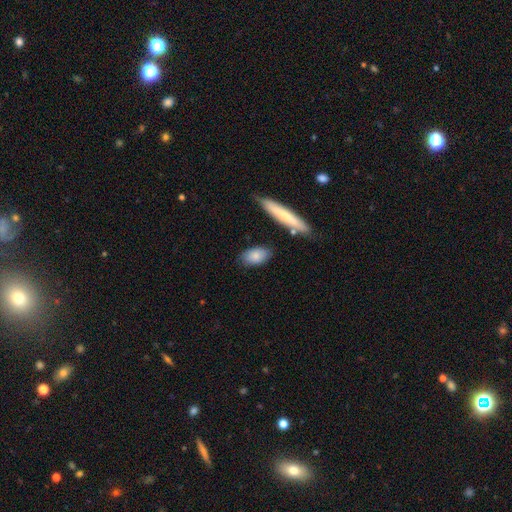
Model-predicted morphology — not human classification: Overall: smooth (81%). How rounded: in between (86%). Merging: none (77%).